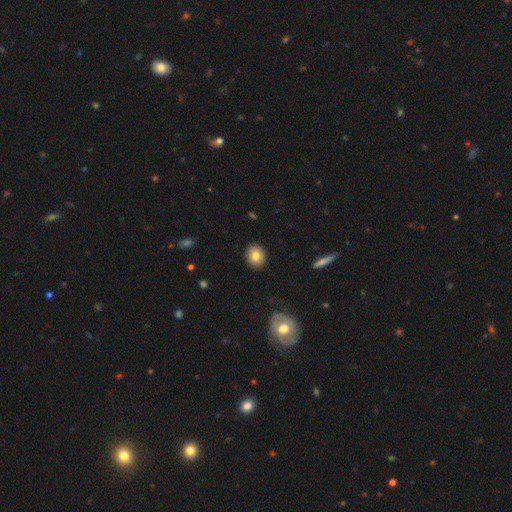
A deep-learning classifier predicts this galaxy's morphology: The model was most divided on "how rounded": round: 64%, in between: 35%, cigar-shaped: 1%. More confident: merging — none (90%); smooth or featured — smooth (82%).